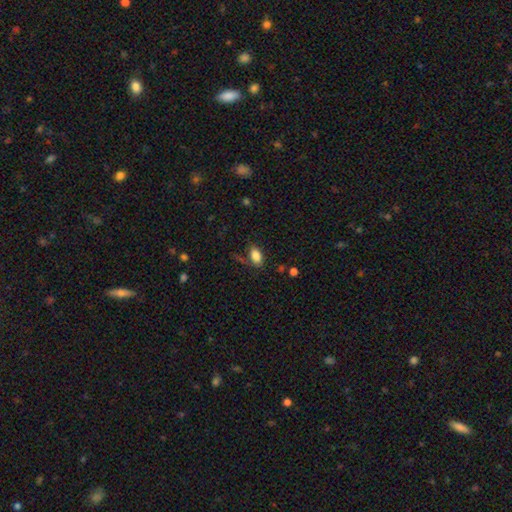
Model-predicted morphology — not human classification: Smooth or featured? Predicted: smooth (p=0.84). How rounded? Predicted: in between (p=0.91). Merging? Predicted: none (p=0.72).